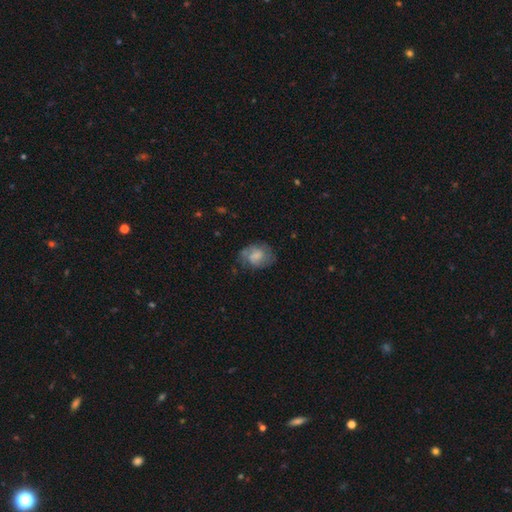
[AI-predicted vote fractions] A smooth galaxy with no disk features (52%) that is in between round and cigar-shaped (59%). Merging: none (55%).